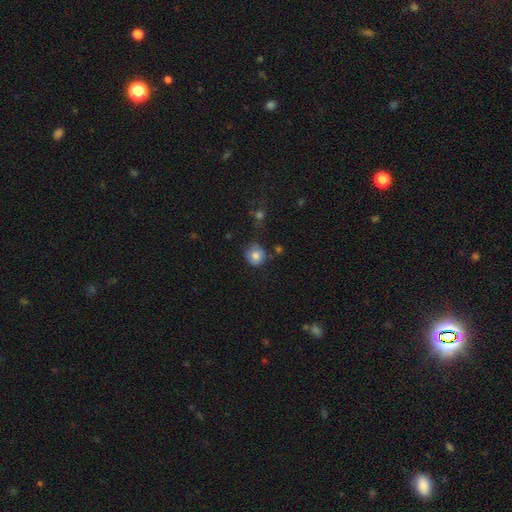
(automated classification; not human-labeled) smooth_or_featured: smooth (p=0.79) [alt: featured or disk p=0.11]
how_rounded: round (p=0.85) [alt: in between p=0.14]
merging: none (p=0.65) [alt: minor disturbance p=0.24]